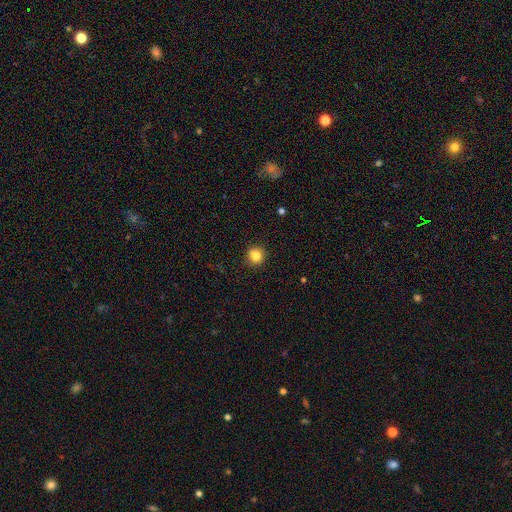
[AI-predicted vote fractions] A smooth galaxy with no disk features (85%) that is round (88%). Merging: none (90%).